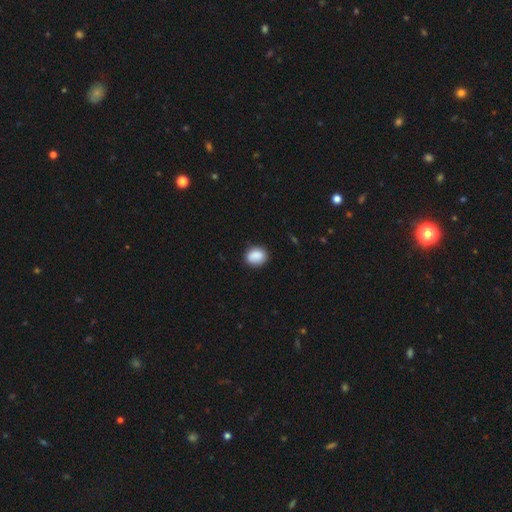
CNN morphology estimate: type=smooth (88%); roundness=round (54%); merging=none (83%).